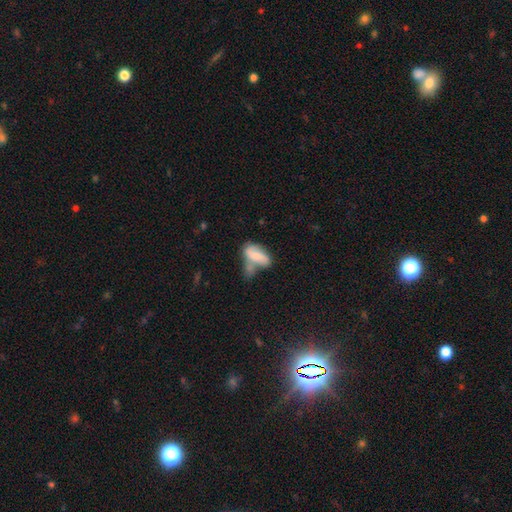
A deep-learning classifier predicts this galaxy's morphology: type=smooth (56%); roundness=in between (88%); merging=merger (38%).